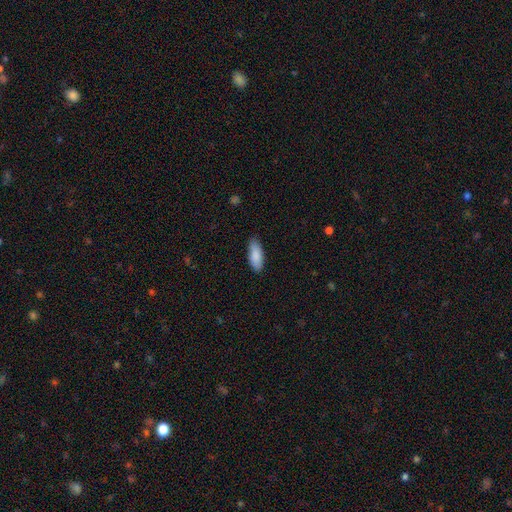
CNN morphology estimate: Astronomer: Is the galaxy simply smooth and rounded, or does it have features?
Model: smooth — 89%.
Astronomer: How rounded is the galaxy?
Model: in between — 79%.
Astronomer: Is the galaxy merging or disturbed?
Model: none — 84%.